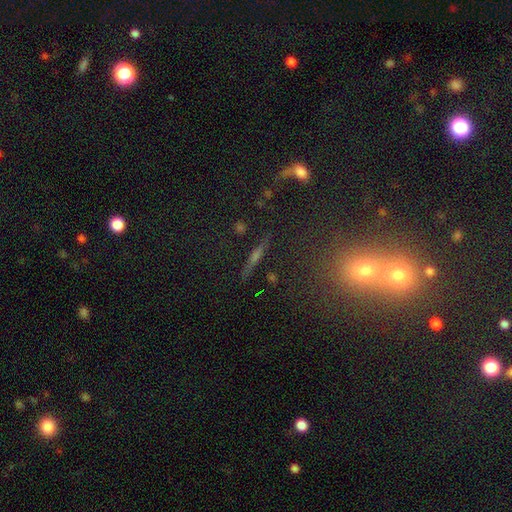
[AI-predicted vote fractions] Smooth or featured: featured or disk — 63% (smooth — 21%)
Edge-on disk: yes — 92% (no — 8%)
Edge-on bulge: rounded — 77% (none — 14%)
Merging: none — 86% (minor disturbance — 8%)